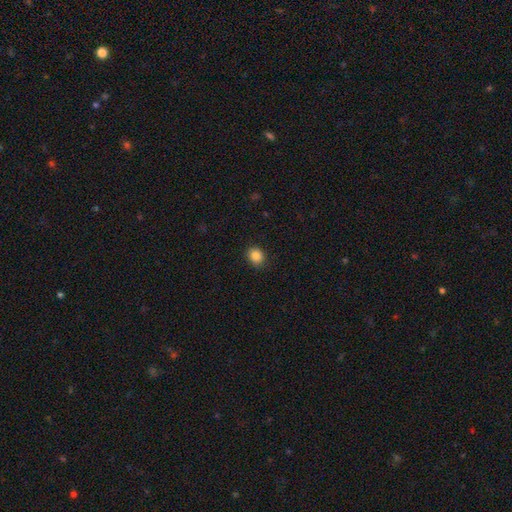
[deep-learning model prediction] Q: Smooth or featured?
A: smooth (85%); runner-up: star or artifact (10%)
Q: How rounded?
A: round (62%); runner-up: in between (37%)
Q: Merging?
A: none (85%); runner-up: minor disturbance (12%)